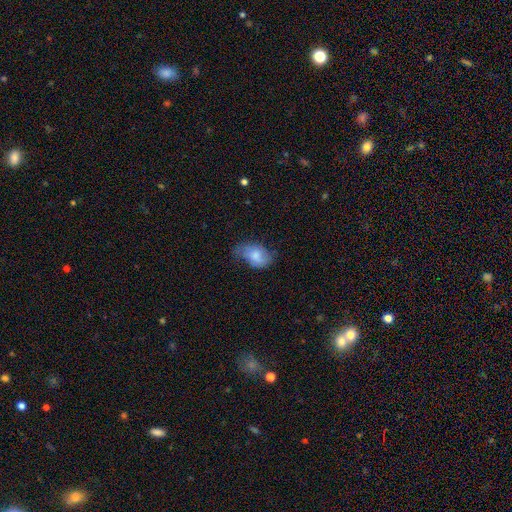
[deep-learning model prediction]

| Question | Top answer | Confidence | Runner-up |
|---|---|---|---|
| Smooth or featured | smooth | 65% | featured or disk (28%) |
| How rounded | in between | 86% | round (13%) |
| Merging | none | 47% | minor disturbance (36%) |